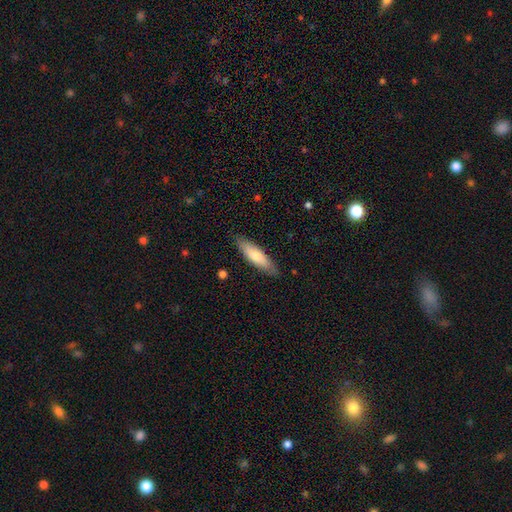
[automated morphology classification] Overall: smooth (72%). How rounded: cigar-shaped (63%; in between 36%). Merging: none (85%).